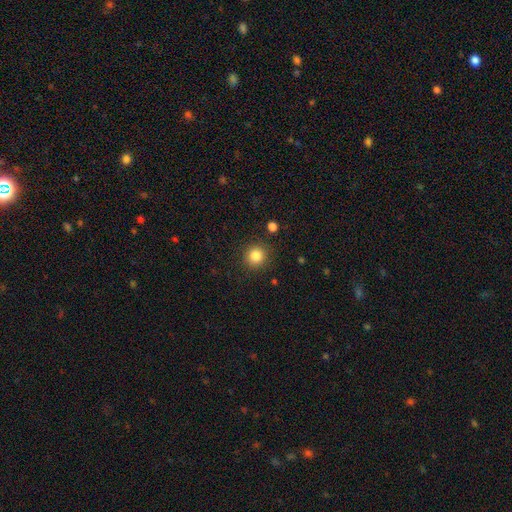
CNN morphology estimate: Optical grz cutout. It shows a smooth galaxy with no disk features (84%) that is round (92%). Merging: none (89%).